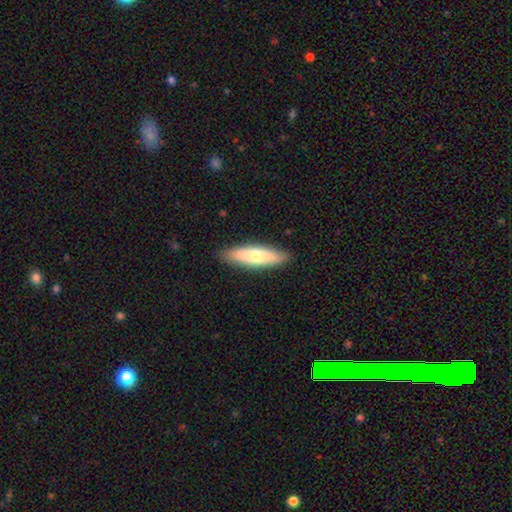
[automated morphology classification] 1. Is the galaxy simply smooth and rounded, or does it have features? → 64% smooth, 30% featured or disk, 6% star or artifact.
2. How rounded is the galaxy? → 64% cigar-shaped, 34% in between, 2% round.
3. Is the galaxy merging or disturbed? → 88% none, 9% minor disturbance, 2% major disturbance, 1% merger.